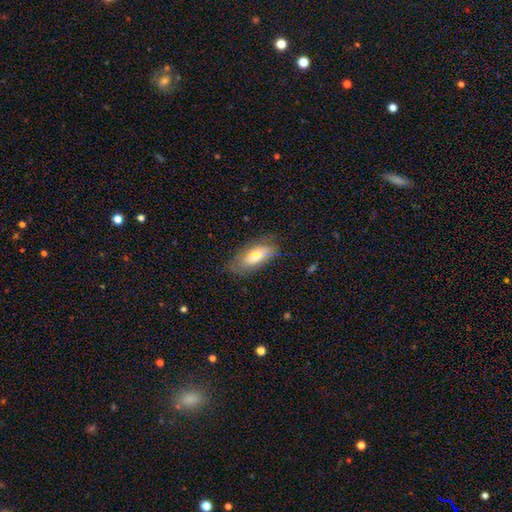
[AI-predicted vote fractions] Smooth or featured? smooth (66%)
How rounded? in between (84%)
Merging? none (71%)